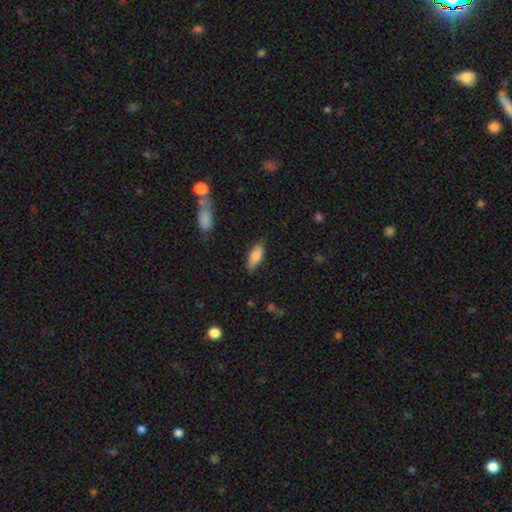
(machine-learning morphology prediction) Smooth or featured?
  - smooth: 81% *
  - featured or disk: 12%
  - star or artifact: 6%
How rounded?
  - in between: 72% *
  - cigar-shaped: 26%
  - round: 2%
Merging?
  - none: 80% *
  - minor disturbance: 15%
  - major disturbance: 3%
  - merger: 2%